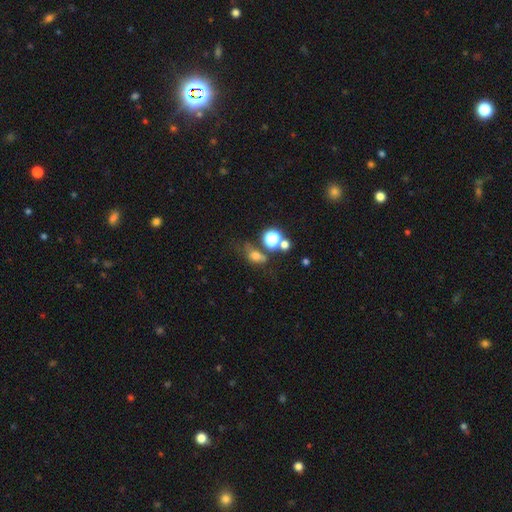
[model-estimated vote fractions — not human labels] Q: Smooth or featured?
A: smooth (63%); runner-up: star or artifact (21%)
Q: How rounded?
A: in between (59%); runner-up: round (36%)
Q: Merging?
A: none (45%); runner-up: minor disturbance (22%)